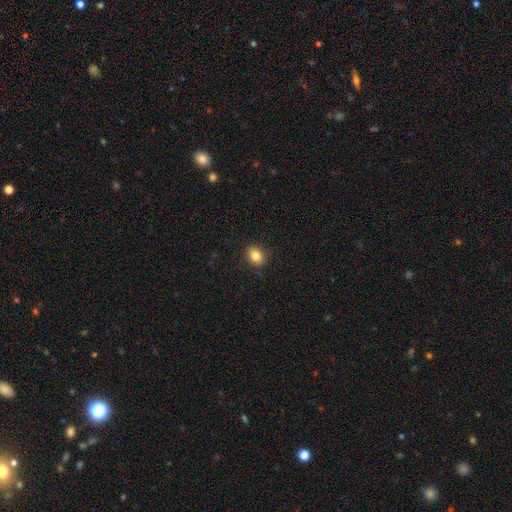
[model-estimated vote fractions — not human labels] smooth_or_featured: smooth (p=0.84) [alt: star or artifact p=0.10]
how_rounded: in between (p=0.59) [alt: round p=0.40]
merging: none (p=0.89) [alt: minor disturbance p=0.08]